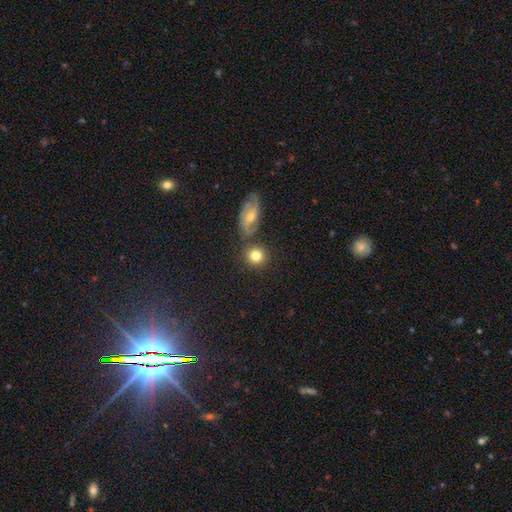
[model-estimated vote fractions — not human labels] The model was most divided on "merging": none: 76%, merger: 11%, minor disturbance: 10%, major disturbance: 3%. More confident: how rounded — round (88%); smooth or featured — smooth (79%).